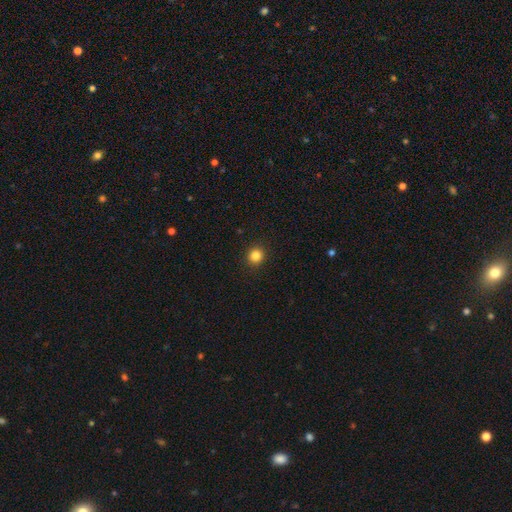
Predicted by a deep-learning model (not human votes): This appears to be a smooth galaxy with no disk features (84%) that is round (91%). Merging: none (93%).